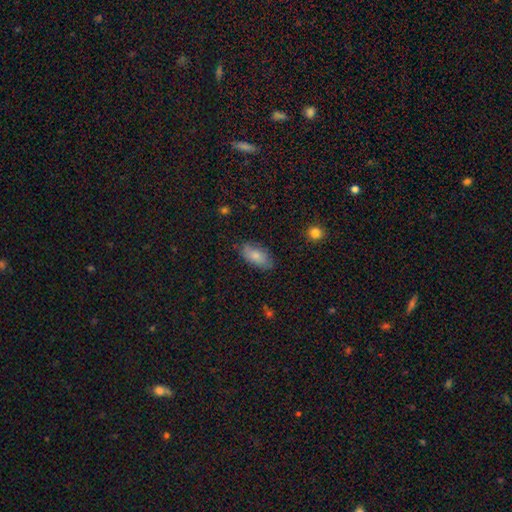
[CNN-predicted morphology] A smooth galaxy with no disk features (79%) that is in between round and cigar-shaped (91%).

Vote fractions:
- Smooth or featured? smooth: 79% / featured or disk: 14% / star or artifact: 7%
- How rounded? in between: 91% / cigar-shaped: 6% / round: 3%
- Merging? none: 78% / minor disturbance: 17% / major disturbance: 4% / merger: 2%